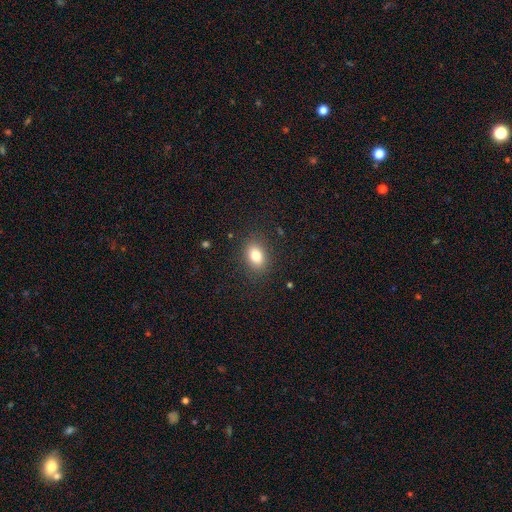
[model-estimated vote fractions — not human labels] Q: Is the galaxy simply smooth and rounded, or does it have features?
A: smooth — 81%.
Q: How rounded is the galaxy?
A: in between — 75%.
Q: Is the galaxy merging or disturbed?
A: none — 87%.